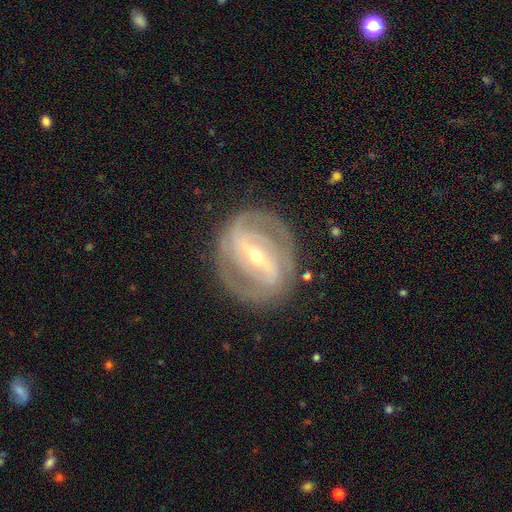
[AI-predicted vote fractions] This appears to be a featured or disk galaxy (88%) with a strong bar (65%), 2 (60%) tight (59%) spiral arms (91%) and a small central bulge (59%). Merging: none (79%).